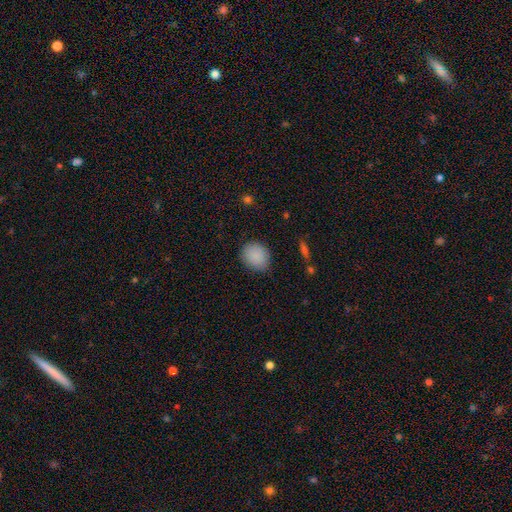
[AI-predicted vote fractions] smooth-or-featured: smooth: 88% | star or artifact: 8% | featured or disk: 4%
  how-rounded: round: 67% | in between: 32% | cigar-shaped: 1%
  merging: none: 81% | minor disturbance: 14% | major disturbance: 3% | merger: 1%